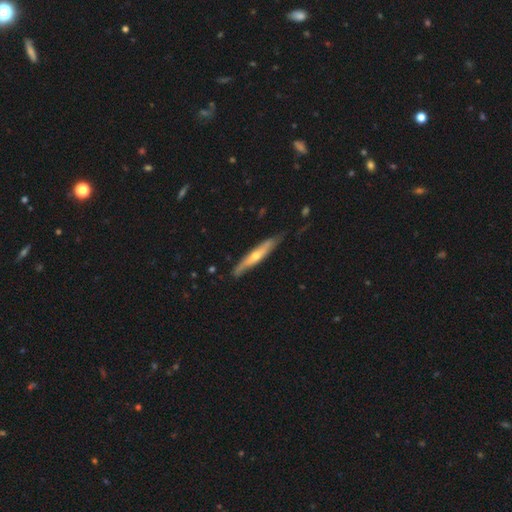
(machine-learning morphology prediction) This is possibly a featured or disk galaxy (59%). It is clearly viewed edge-on (83%). Merging: likely none (75%).